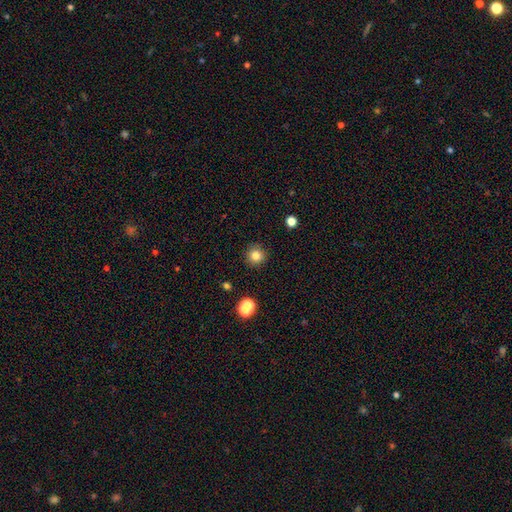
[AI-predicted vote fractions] A smooth galaxy with no disk features (82%) that is round (94%).

Vote fractions:
- Smooth or featured? smooth: 82% / star or artifact: 12% / featured or disk: 6%
- How rounded? round: 94% / in between: 5% / cigar-shaped: 1%
- Merging? none: 90% / minor disturbance: 6% / major disturbance: 2% / merger: 2%